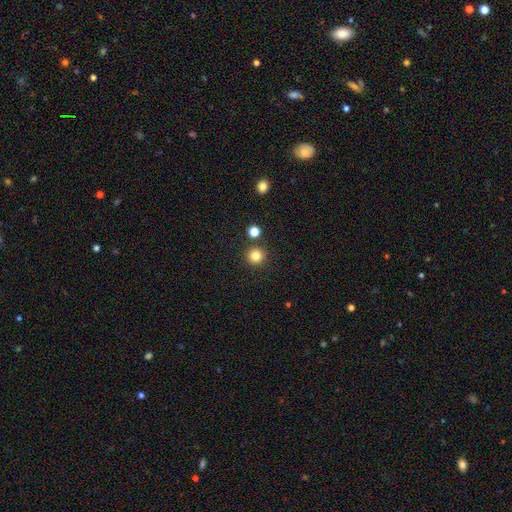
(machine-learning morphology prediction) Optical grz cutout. It shows a smooth galaxy with no disk features (82%) that is round (95%). Merging: none (89%).